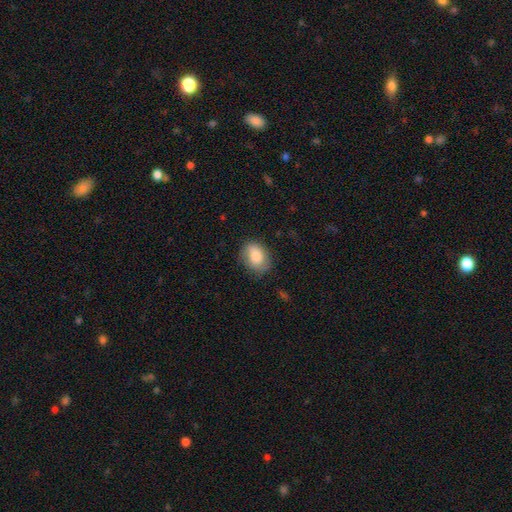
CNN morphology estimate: The model was most divided on "how rounded": in between: 73%, round: 26%, cigar-shaped: 1%. More confident: smooth or featured — smooth (79%); merging — none (74%).